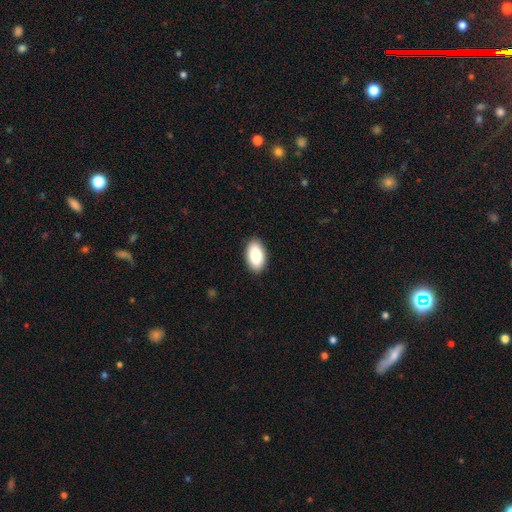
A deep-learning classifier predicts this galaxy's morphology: A smooth galaxy with no disk features (82%) that is in between round and cigar-shaped (94%). Merging: none (90%).